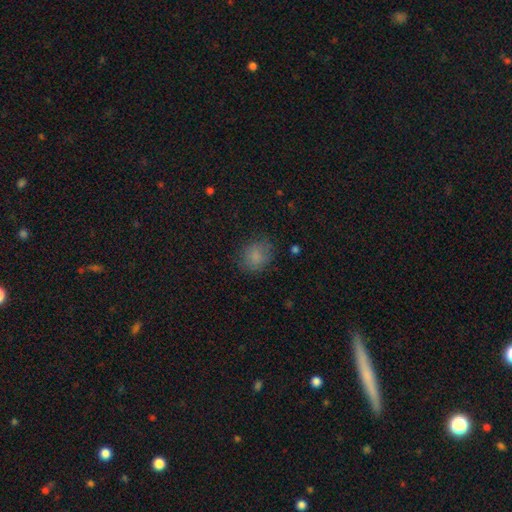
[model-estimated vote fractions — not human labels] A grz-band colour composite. It shows a smooth galaxy with no disk features (81%) that is round (69%). Merging: none (75%).